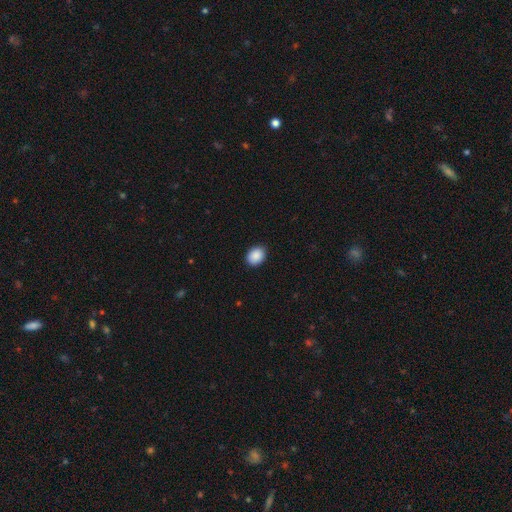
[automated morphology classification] Smooth or featured? Predicted: smooth (p=0.90). How rounded? Predicted: in between (p=0.58). Merging? Predicted: none (p=0.89).